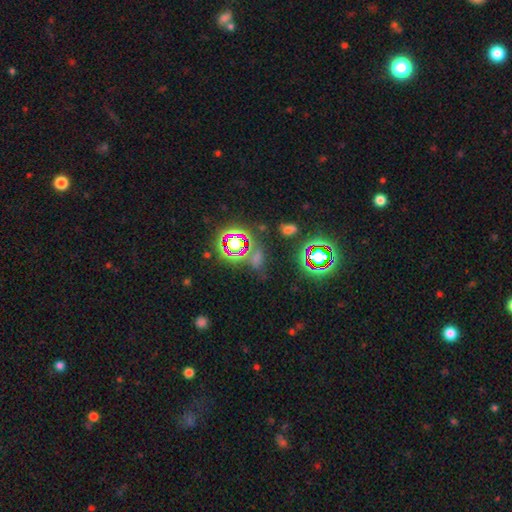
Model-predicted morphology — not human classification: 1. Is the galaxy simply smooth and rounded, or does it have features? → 70% star or artifact, 18% smooth, 12% featured or disk.